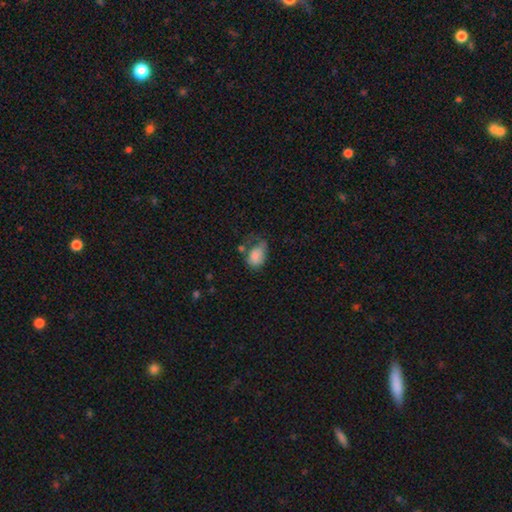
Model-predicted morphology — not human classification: Smooth or featured: smooth — 79% (featured or disk — 12%)
How rounded: in between — 82% (round — 17%)
Merging: minor disturbance — 34% (none — 30%)